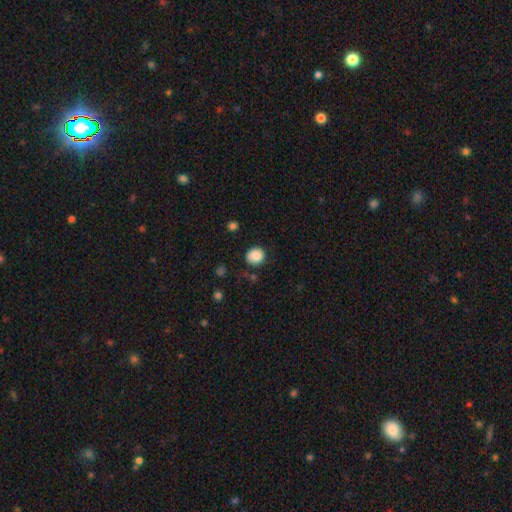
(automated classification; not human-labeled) Morphology: type=smooth (86%); roundness=round (87%); merging=none (78%).